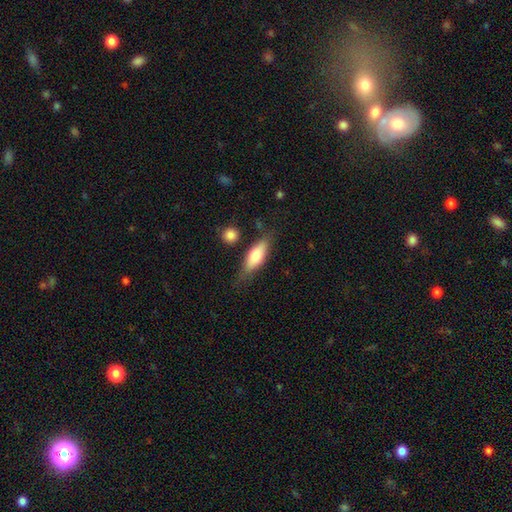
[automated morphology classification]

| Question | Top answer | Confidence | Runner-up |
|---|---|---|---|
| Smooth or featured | smooth | 70% | featured or disk (24%) |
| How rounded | in between | 65% | cigar-shaped (32%) |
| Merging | none | 70% | minor disturbance (19%) |